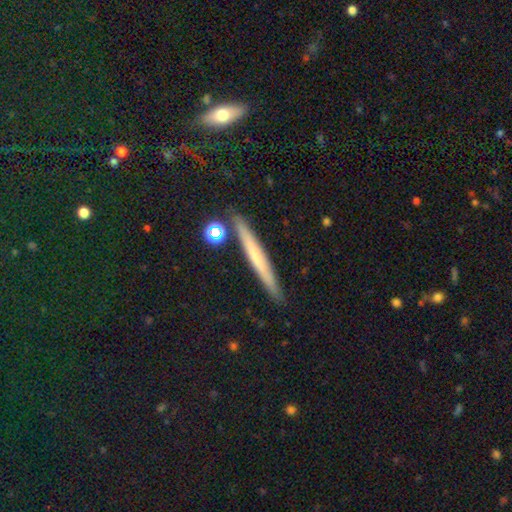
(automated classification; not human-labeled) smooth_or_featured: smooth (p=0.51) [alt: featured or disk p=0.38]
how_rounded: cigar-shaped (p=0.96) [alt: in between p=0.03]
merging: none (p=0.89) [alt: minor disturbance p=0.07]